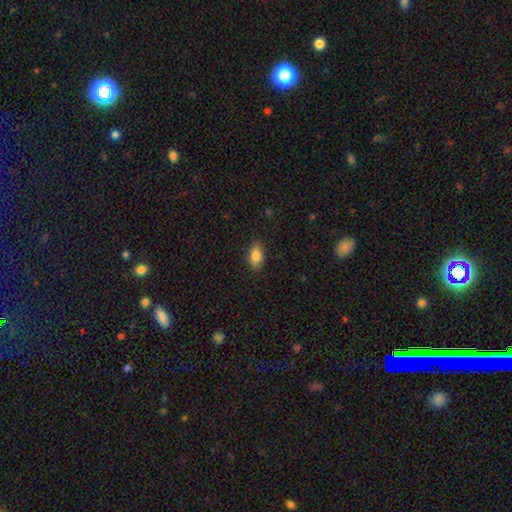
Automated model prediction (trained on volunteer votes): Q: Smooth or featured?
A: smooth (86%); runner-up: star or artifact (8%)
Q: How rounded?
A: in between (90%); runner-up: round (6%)
Q: Merging?
A: none (87%); runner-up: minor disturbance (10%)